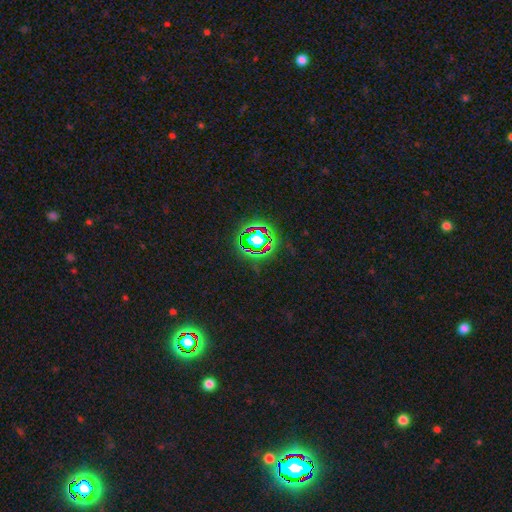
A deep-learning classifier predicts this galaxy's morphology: smooth_or_featured: star or artifact (p=0.81) [alt: smooth p=0.11]